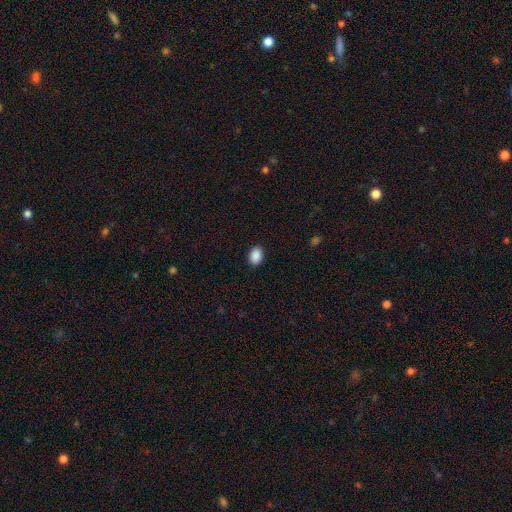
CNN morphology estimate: A smooth galaxy with no disk features (90%) that is in between round and cigar-shaped (81%). Merging: none (90%).